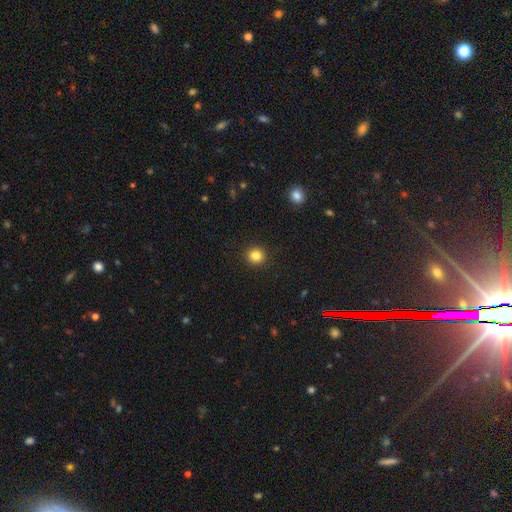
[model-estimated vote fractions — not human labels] The model was most divided on "smooth or featured": smooth: 84%, star or artifact: 11%, featured or disk: 5%. More confident: merging — none (92%); how rounded — round (91%).